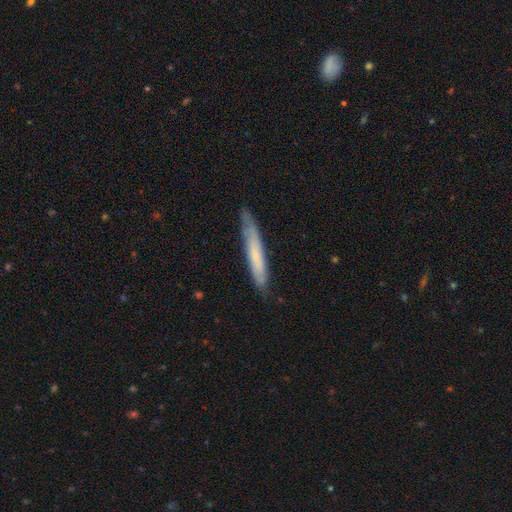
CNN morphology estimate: type=smooth (57%); roundness=cigar-shaped (93%); merging=none (76%).